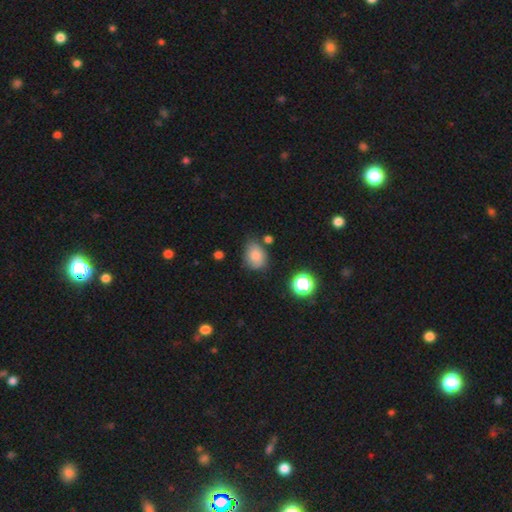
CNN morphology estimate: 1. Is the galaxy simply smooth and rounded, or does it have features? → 81% smooth, 10% star or artifact, 8% featured or disk.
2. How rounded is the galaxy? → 65% in between, 33% round, 1% cigar-shaped.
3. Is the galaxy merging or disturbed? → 62% none, 27% minor disturbance, 6% major disturbance, 5% merger.